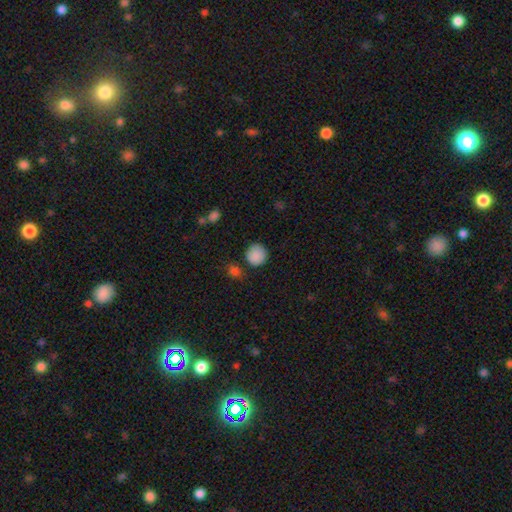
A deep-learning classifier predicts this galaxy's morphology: Q: Smooth or featured?
A: smooth (88%); runner-up: star or artifact (9%)
Q: How rounded?
A: round (92%); runner-up: in between (7%)
Q: Merging?
A: none (80%); runner-up: minor disturbance (12%)